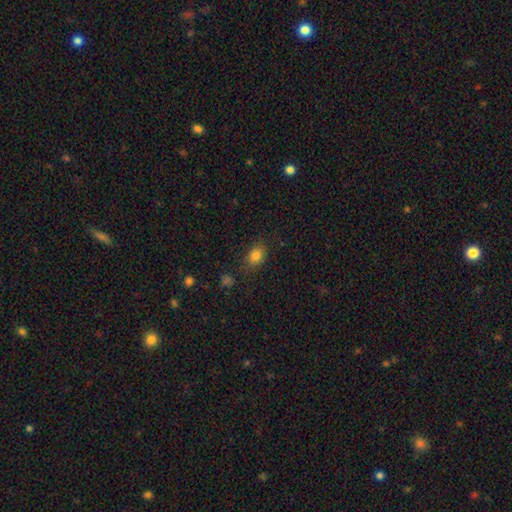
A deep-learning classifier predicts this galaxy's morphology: smooth-or-featured: smooth: 82% | star or artifact: 12% | featured or disk: 6%
  how-rounded: in between: 66% | round: 32% | cigar-shaped: 1%
  merging: none: 78% | minor disturbance: 15% | major disturbance: 5% | merger: 3%